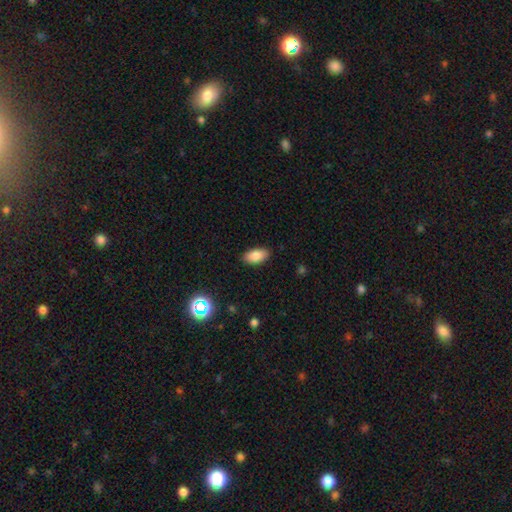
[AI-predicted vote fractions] Smooth or featured? Predicted: smooth (p=0.83). How rounded? Predicted: in between (p=0.92). Merging? Predicted: none (p=0.88).